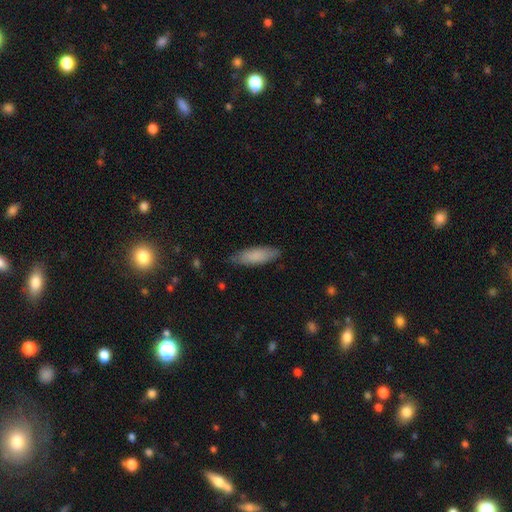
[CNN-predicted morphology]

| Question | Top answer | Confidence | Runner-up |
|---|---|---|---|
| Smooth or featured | smooth | 84% | featured or disk (11%) |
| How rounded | in between | 54% | cigar-shaped (45%) |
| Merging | none | 81% | minor disturbance (15%) |